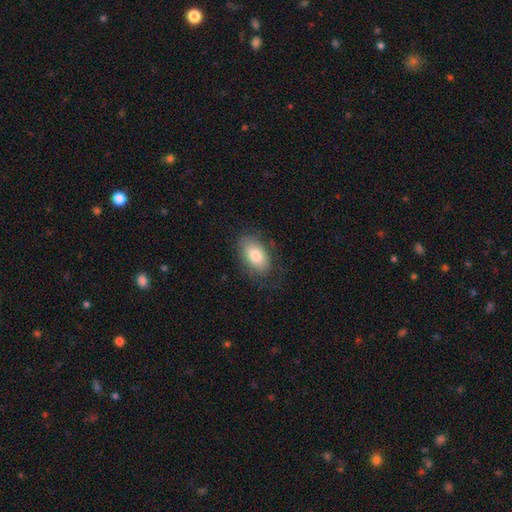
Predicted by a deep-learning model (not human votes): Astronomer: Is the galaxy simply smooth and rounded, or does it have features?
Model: smooth — 77%.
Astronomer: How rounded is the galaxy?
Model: in between — 93%.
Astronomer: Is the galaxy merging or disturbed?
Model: none — 75%.